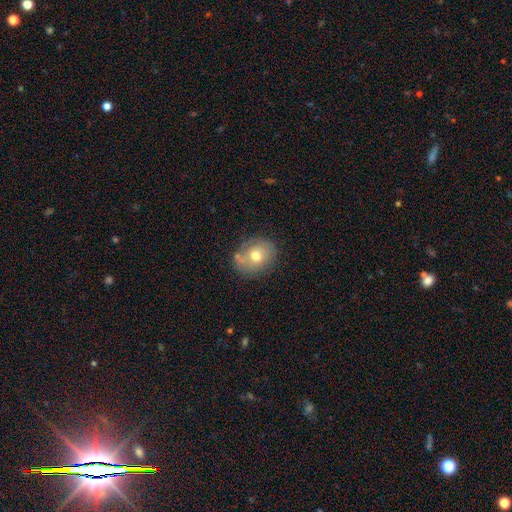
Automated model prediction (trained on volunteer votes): Morphology: type=smooth (65%); roundness=round (62%); merging=none (71%).